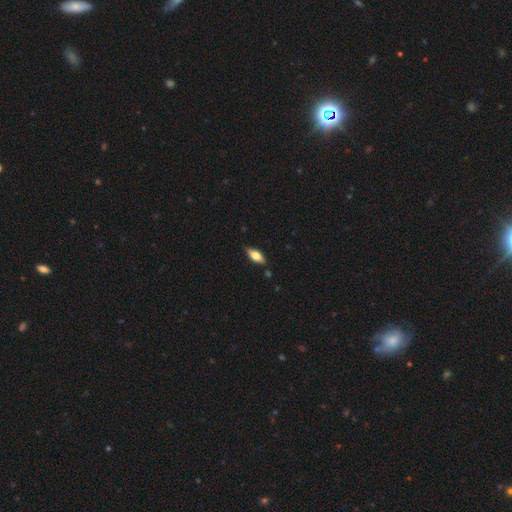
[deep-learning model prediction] The model was most divided on "smooth or featured": smooth: 64%, featured or disk: 29%, star or artifact: 7%. More confident: merging — none (83%); how rounded — in between (78%).